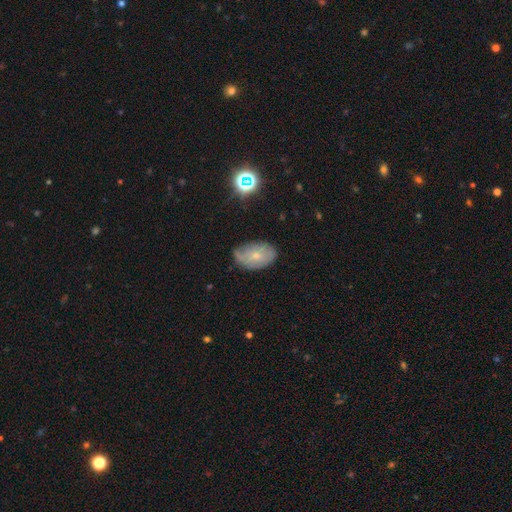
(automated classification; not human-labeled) Smooth or featured: smooth — 57% (featured or disk — 33%)
How rounded: in between — 88% (round — 10%)
Merging: none — 59% (minor disturbance — 32%)